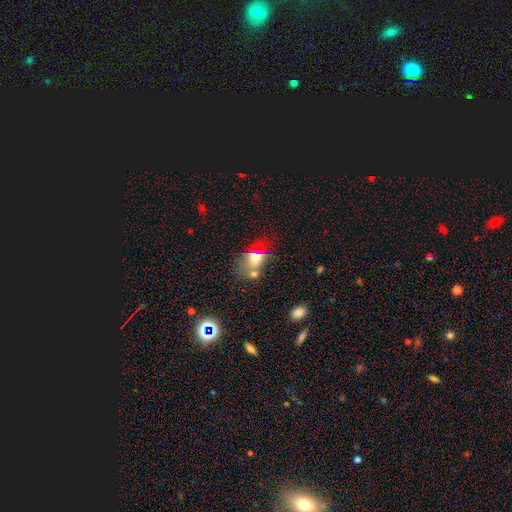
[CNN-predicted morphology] Smooth or featured: smooth — 66% (featured or disk — 18%)
How rounded: in between — 69% (round — 29%)
Merging: none — 41% (merger — 31%)